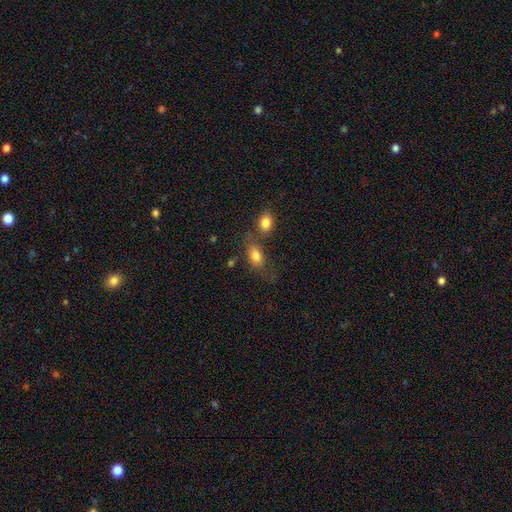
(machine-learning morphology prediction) This appears to be a smooth galaxy with no disk features (80%) that is in between round and cigar-shaped (85%). Merging: none (49%).